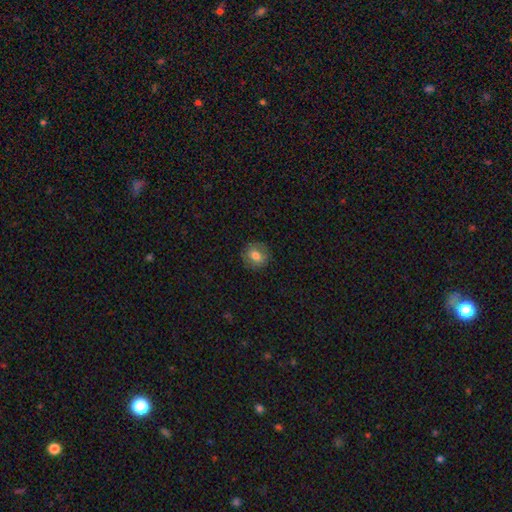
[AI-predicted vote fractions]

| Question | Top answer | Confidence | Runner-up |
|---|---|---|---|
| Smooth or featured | smooth | 74% | featured or disk (16%) |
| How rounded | round | 79% | in between (20%) |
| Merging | none | 86% | minor disturbance (10%) |